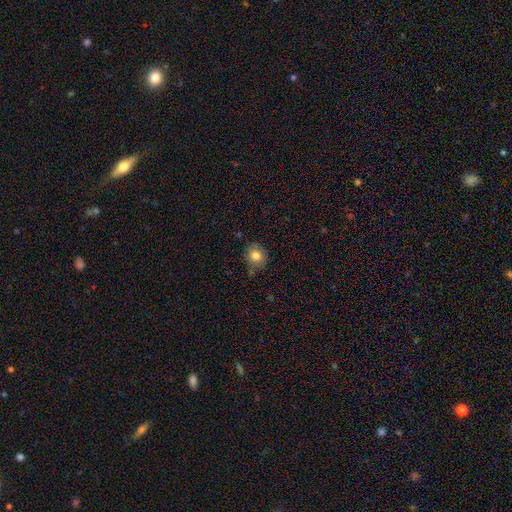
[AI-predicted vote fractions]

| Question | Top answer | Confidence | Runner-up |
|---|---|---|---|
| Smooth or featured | smooth | 82% | star or artifact (9%) |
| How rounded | round | 75% | in between (24%) |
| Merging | none | 77% | minor disturbance (17%) |